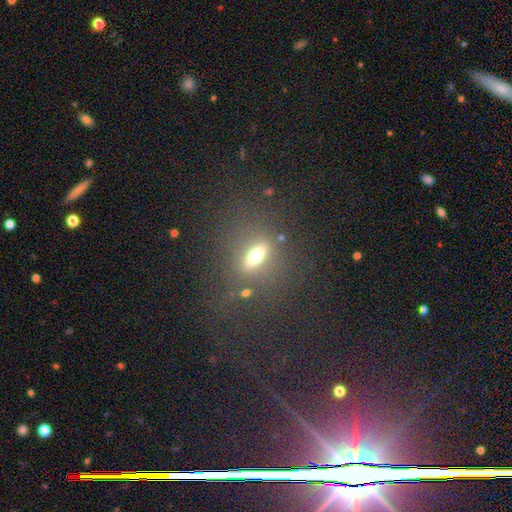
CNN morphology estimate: Q: Smooth or featured?
A: smooth (53%); runner-up: featured or disk (29%)
Q: How rounded?
A: in between (62%); runner-up: cigar-shaped (21%)
Q: Merging?
A: none (76%); runner-up: minor disturbance (11%)